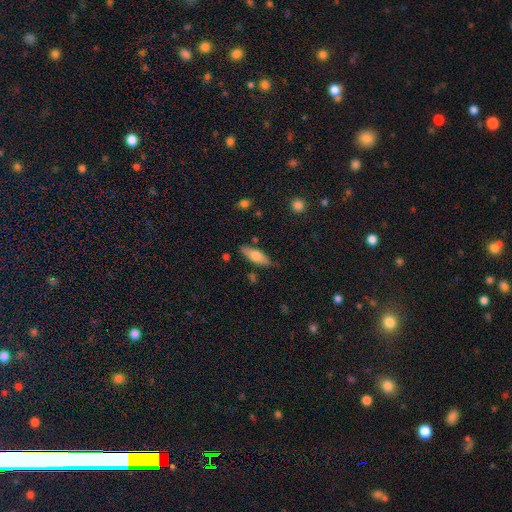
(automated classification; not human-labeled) smooth 61%, featured or disk 32%, star or artifact 6%. Down the decision tree: how rounded — in between (59%); merging — none (81%).